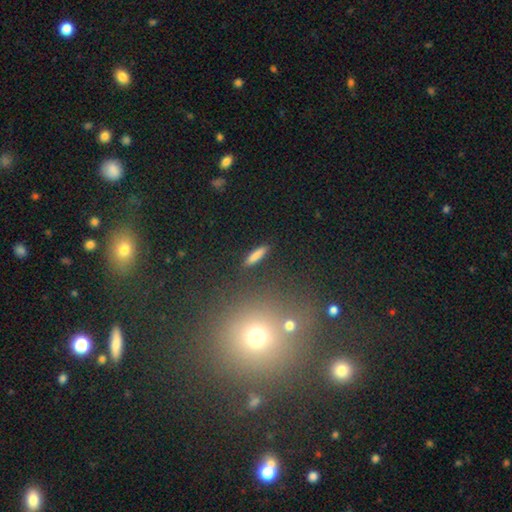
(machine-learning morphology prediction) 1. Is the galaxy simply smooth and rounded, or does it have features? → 82% smooth, 10% featured or disk, 9% star or artifact.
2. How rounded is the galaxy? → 78% cigar-shaped, 19% in between, 2% round.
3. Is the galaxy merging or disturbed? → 88% none, 8% minor disturbance, 2% major disturbance, 2% merger.